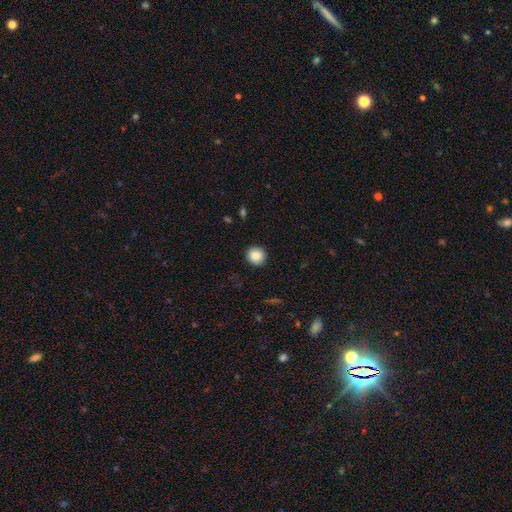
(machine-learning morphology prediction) This is clearly a smooth galaxy (87%). How rounded: clearly round (91%). Merging: clearly none (91%).